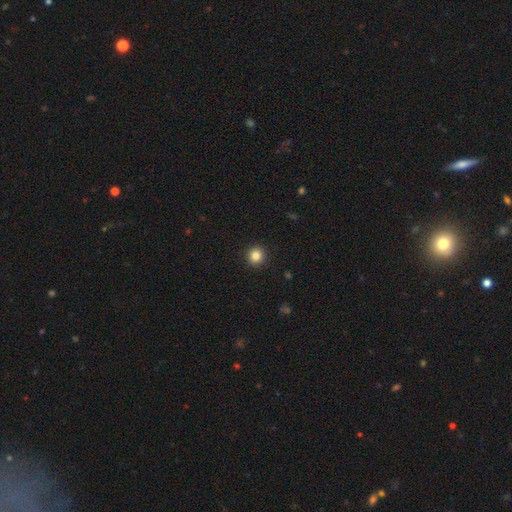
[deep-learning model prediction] smooth_or_featured: smooth (p=0.85) [alt: star or artifact p=0.11]
how_rounded: round (p=0.91) [alt: in between p=0.08]
merging: none (p=0.93) [alt: minor disturbance p=0.05]